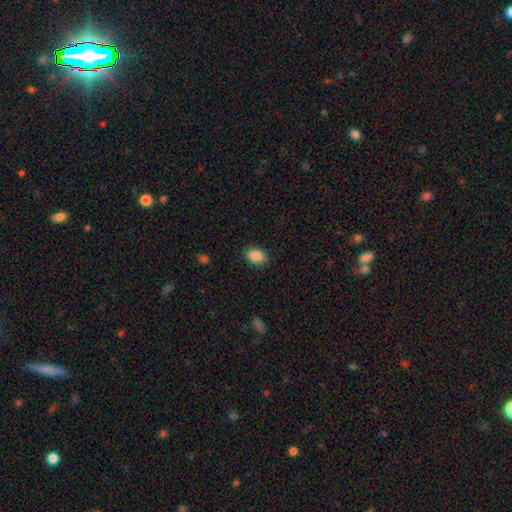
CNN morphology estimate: Overall: smooth (89%). How rounded: in between (73%). Merging: none (86%).